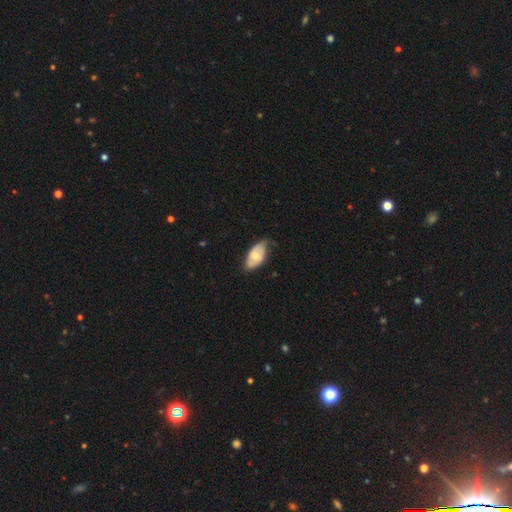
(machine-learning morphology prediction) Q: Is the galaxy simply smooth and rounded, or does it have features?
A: smooth — 52%.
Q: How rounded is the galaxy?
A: in between — 93%.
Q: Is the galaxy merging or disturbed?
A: none — 64%.